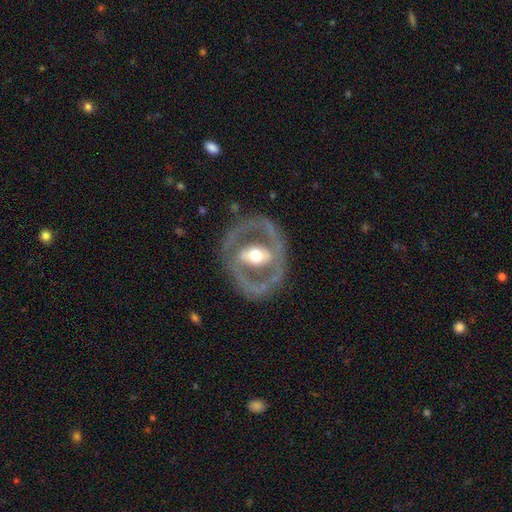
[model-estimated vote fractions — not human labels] smooth_or_featured: featured or disk (p=0.77) [alt: smooth p=0.18]
disk_edge_on: no (p=0.93) [alt: yes p=0.07]
bar: strong (p=0.42) [alt: no p=0.30]
has_spiral_arms: no (p=0.67) [alt: yes p=0.33]
bulge_size: moderate (p=0.68) [alt: large p=0.21]
merging: none (p=0.76) [alt: minor disturbance p=0.12]